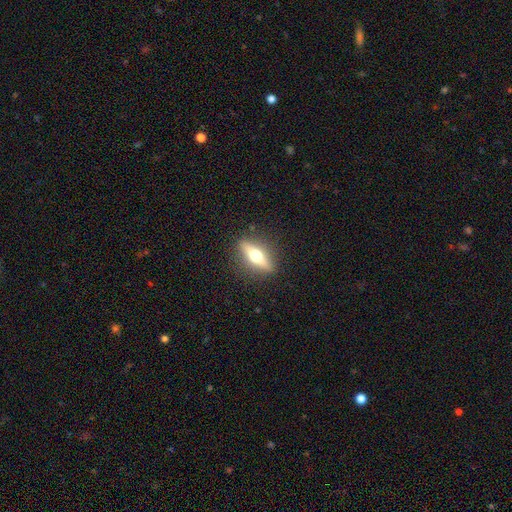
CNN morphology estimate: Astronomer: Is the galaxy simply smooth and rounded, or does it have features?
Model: featured or disk — 62%.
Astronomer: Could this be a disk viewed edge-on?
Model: yes — 91%.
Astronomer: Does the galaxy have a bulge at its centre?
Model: rounded — 96%.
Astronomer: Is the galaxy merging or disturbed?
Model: none — 88%.